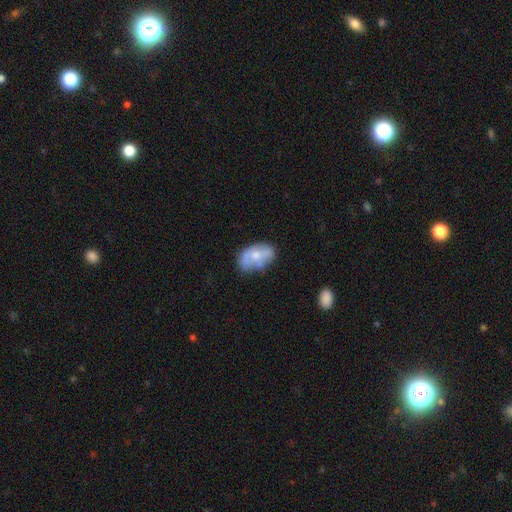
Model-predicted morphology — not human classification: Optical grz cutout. It shows a smooth galaxy with no disk features (52%) that is in between round and cigar-shaped (86%). Merging: none (47%).